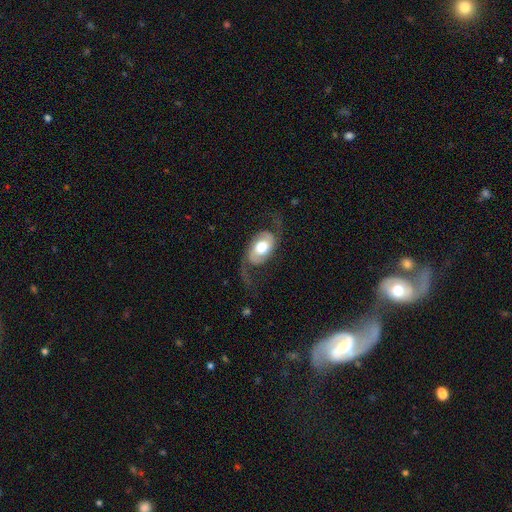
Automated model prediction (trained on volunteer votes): Smooth or featured? featured or disk (74%)
Edge-on disk? no (95%)
Bar? no (62%)
Spiral arms? yes (91%)
Spiral winding? loose (64%)
Spiral arm count? 2 (89%)
Bulge size? moderate (63%)
Merging? none (59%)